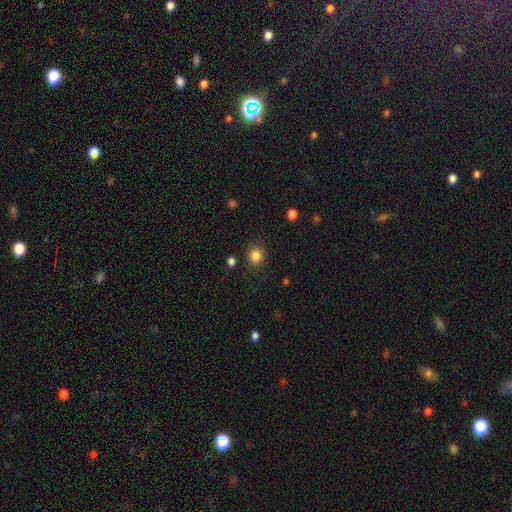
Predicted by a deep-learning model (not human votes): This appears to be a smooth galaxy with no disk features (85%) that is round (72%). Merging: none (84%).